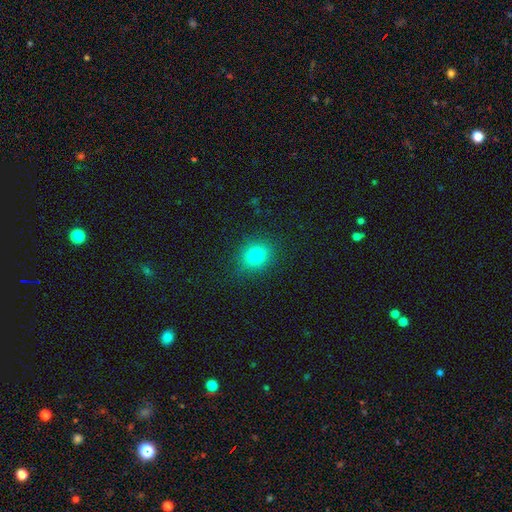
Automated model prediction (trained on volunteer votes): Q: Smooth or featured?
A: smooth (80%); runner-up: star or artifact (13%)
Q: How rounded?
A: round (59%); runner-up: in between (40%)
Q: Merging?
A: none (87%); runner-up: minor disturbance (9%)